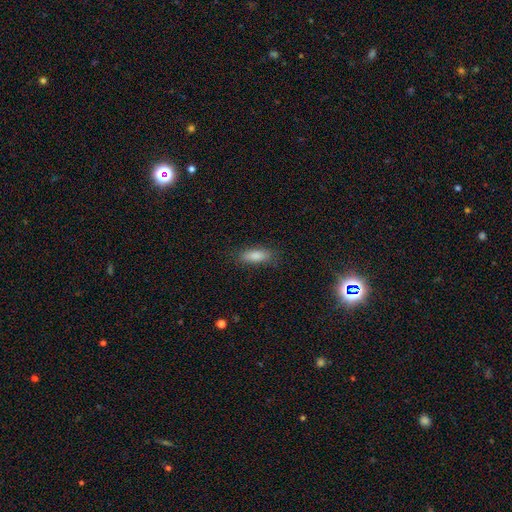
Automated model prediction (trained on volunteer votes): The model was most divided on "how rounded": in between: 70%, cigar-shaped: 27%, round: 2%. More confident: smooth or featured — smooth (86%); merging — none (83%).